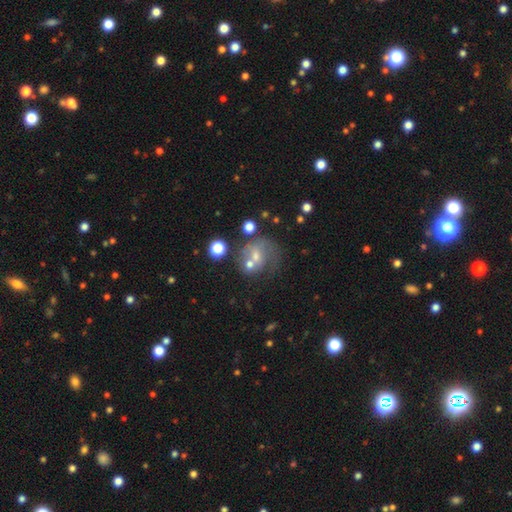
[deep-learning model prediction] Smooth or featured? Predicted: featured or disk (p=0.42). Merging? Predicted: none (p=0.35).